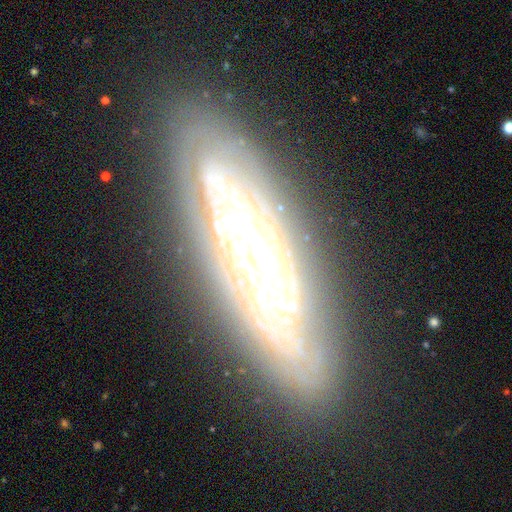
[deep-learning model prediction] smooth-or-featured: featured or disk: 78% | smooth: 11% | star or artifact: 11%
  disk-edge-on: no: 54% | yes: 46%
  merging: none: 80% | minor disturbance: 14% | major disturbance: 4% | merger: 2%